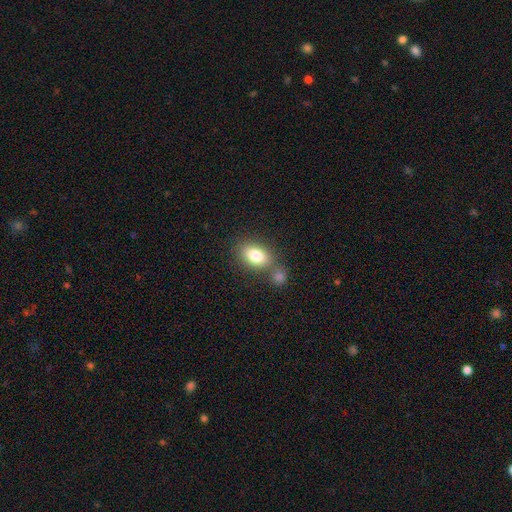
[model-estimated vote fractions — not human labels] This appears to be a smooth galaxy with no disk features (81%) that is in between round and cigar-shaped (82%). Merging: none (58%).